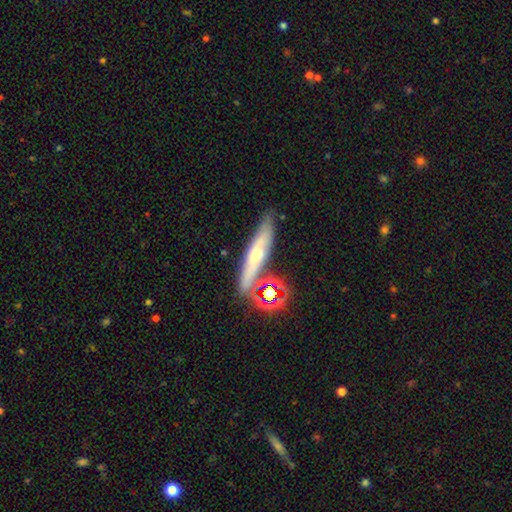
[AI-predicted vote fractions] Overall: smooth (44%; featured or disk 37%). Merging: none (74%).